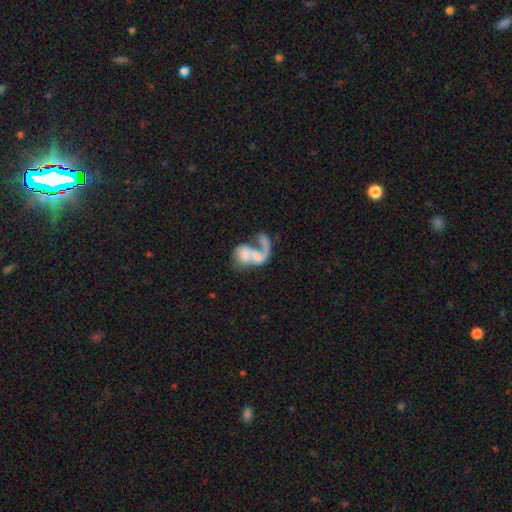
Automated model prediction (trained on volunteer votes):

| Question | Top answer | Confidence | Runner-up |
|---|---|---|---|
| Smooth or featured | featured or disk | 60% | smooth (32%) |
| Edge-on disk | no | 97% | yes (3%) |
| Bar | no | 63% | weak (26%) |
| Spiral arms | yes | 67% | no (33%) |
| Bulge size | none | 33% | small (26%) |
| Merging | merger | 59% | major disturbance (22%) |